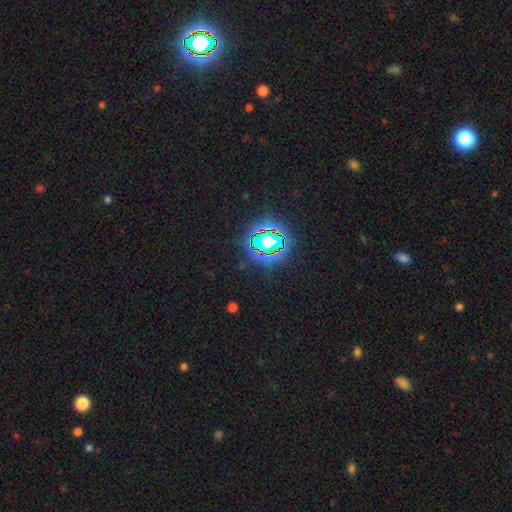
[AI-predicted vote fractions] Morphology: type=star or artifact (85%).